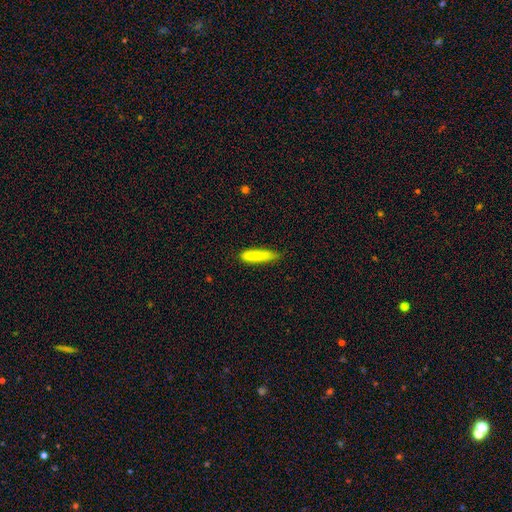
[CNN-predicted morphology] Overall: smooth (84%). How rounded: cigar-shaped (66%; in between 32%). Merging: none (65%; minor disturbance 28%).